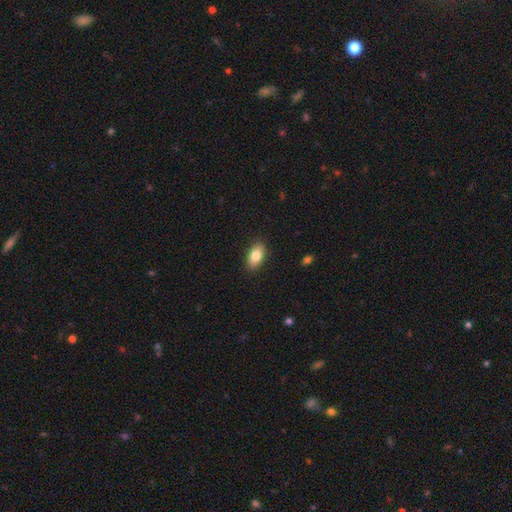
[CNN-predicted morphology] Overall: smooth (83%). How rounded: in between (92%). Merging: none (89%).